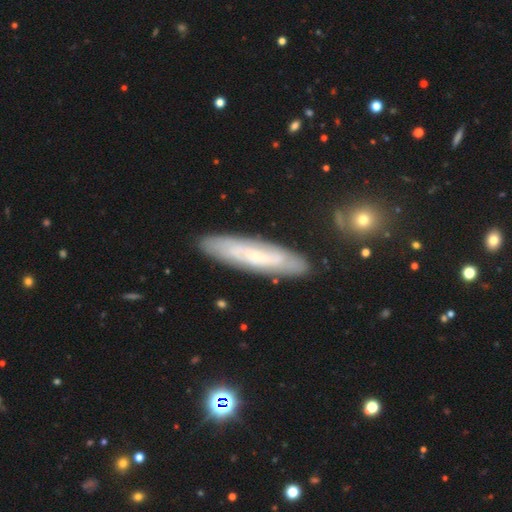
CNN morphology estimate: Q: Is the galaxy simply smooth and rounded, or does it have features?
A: featured or disk — 53%.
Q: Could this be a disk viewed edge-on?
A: no — 55%.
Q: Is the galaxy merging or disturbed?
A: none — 85%.